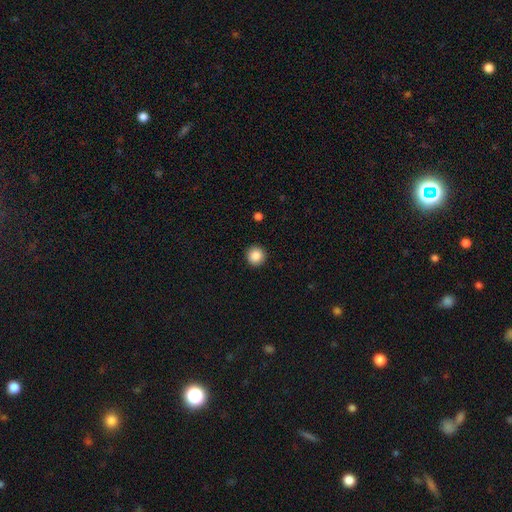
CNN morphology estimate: Smooth or featured? Predicted: smooth (p=0.87). How rounded? Predicted: round (p=0.95). Merging? Predicted: none (p=0.93).